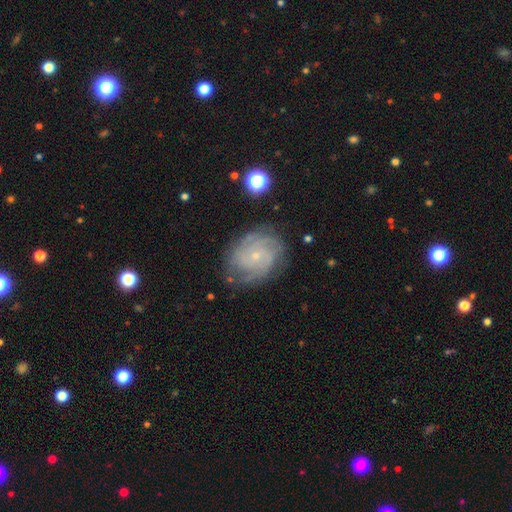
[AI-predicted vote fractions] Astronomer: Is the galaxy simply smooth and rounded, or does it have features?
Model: featured or disk — 82%.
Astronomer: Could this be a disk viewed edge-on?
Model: no — 98%.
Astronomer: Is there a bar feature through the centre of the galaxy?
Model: no — 77%.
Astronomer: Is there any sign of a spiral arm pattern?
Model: yes — 95%.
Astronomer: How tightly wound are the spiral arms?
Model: tight — 65%.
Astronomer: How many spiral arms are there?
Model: can't tell — 30% (runner-up: 3, 23%).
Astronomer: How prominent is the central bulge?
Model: small — 85%.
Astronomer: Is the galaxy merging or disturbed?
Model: none — 76%.